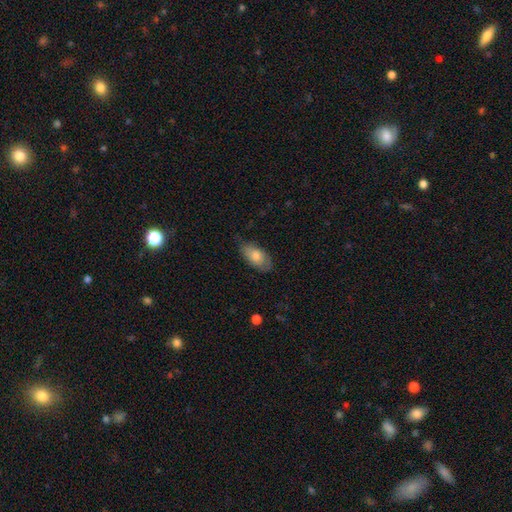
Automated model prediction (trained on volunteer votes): Q: Smooth or featured?
A: smooth (77%); runner-up: featured or disk (17%)
Q: How rounded?
A: in between (92%); runner-up: cigar-shaped (4%)
Q: Merging?
A: none (64%); runner-up: minor disturbance (29%)